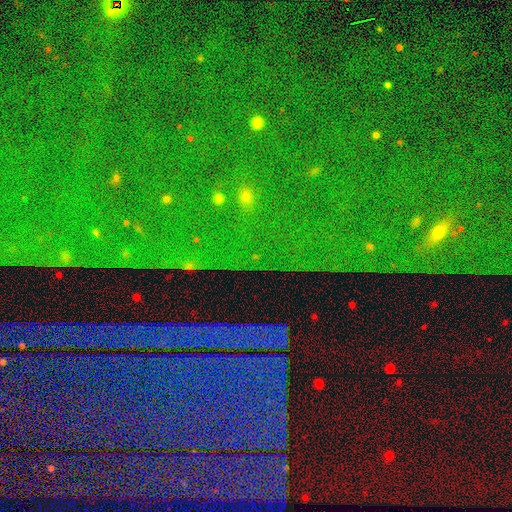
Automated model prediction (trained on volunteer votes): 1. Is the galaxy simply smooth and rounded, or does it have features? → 86% star or artifact, 7% featured or disk, 7% smooth.